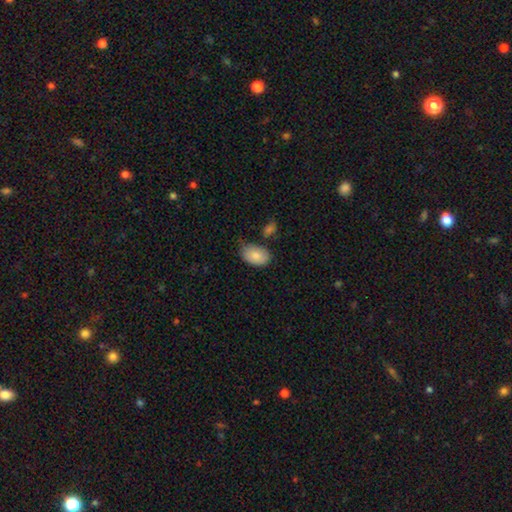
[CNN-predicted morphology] This appears to be a smooth galaxy with no disk features (83%) that is in between round and cigar-shaped (87%). Merging: none (58%).